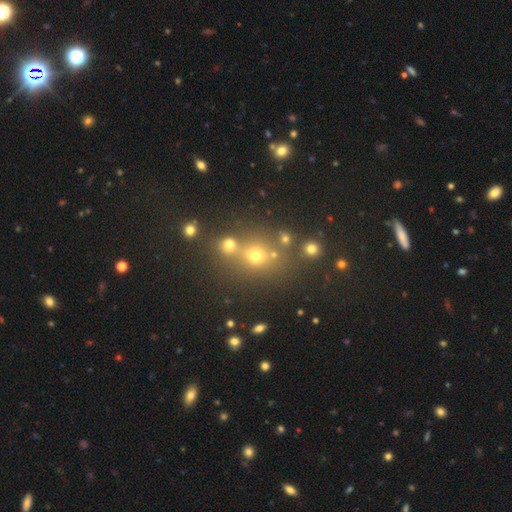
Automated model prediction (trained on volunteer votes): This appears to be a smooth galaxy with no disk features (47%). Merging: none (59%).